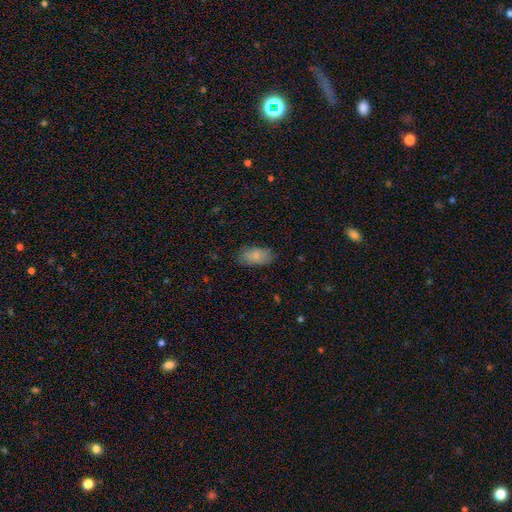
Morphology: type=smooth (89%); roundness=in between (88%); merging=none (78%).